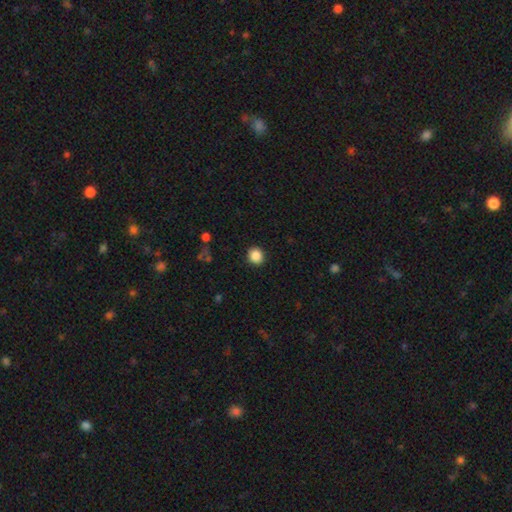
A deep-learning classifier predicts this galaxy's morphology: smooth_or_featured: smooth (p=0.87) [alt: star or artifact p=0.10]
how_rounded: round (p=0.89) [alt: in between p=0.10]
merging: none (p=0.91) [alt: minor disturbance p=0.06]